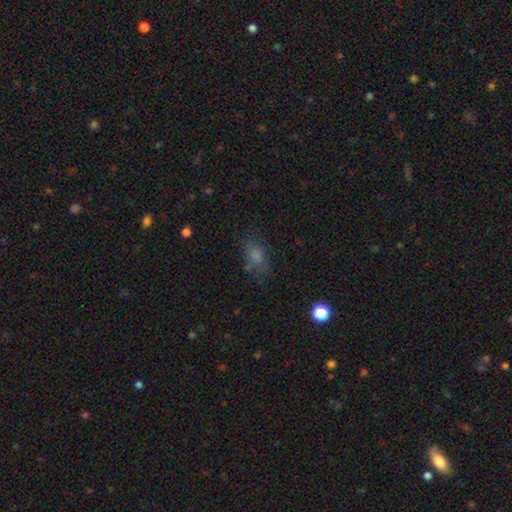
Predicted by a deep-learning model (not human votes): This is likely a smooth galaxy (71%). How rounded: clearly in between (82%). Merging: likely none (62%).